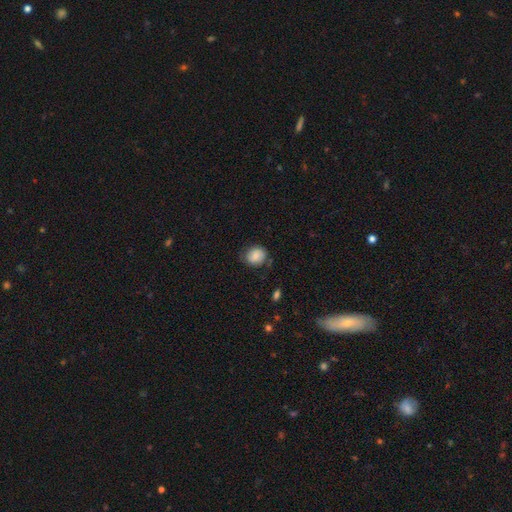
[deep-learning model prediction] Overall: smooth (69%). How rounded: round (65%; in between 34%). Merging: none (67%).